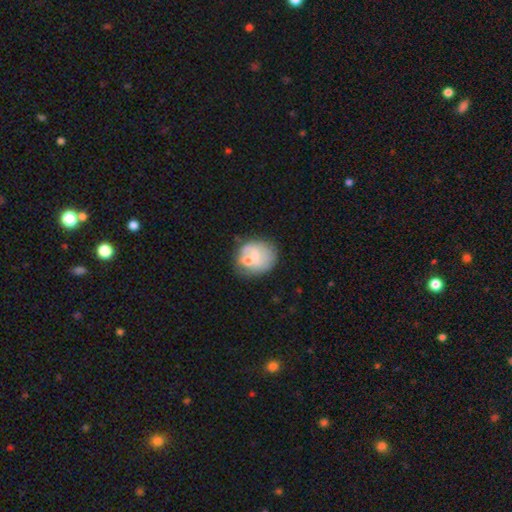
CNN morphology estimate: smooth-or-featured: smooth: 49% | featured or disk: 43% | star or artifact: 8%
  merging: none: 44% | merger: 24% | minor disturbance: 21% | major disturbance: 12%